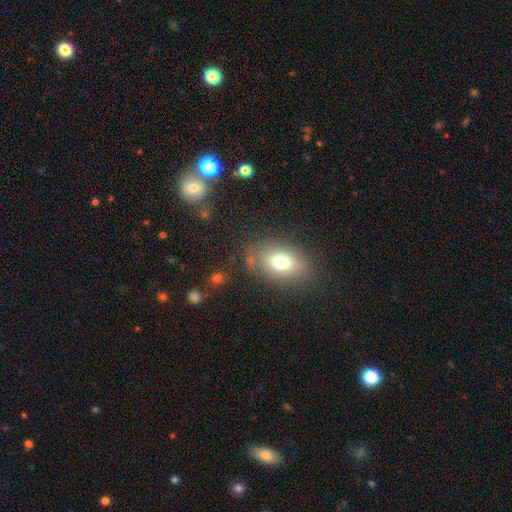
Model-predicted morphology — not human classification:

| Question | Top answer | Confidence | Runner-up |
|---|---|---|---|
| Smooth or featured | smooth | 70% | star or artifact (15%) |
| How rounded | in between | 79% | round (19%) |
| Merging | none | 80% | minor disturbance (13%) |